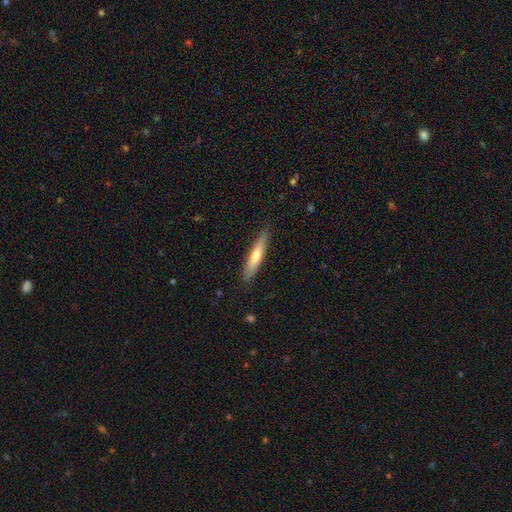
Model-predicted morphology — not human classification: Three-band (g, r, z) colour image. It shows a smooth galaxy with no disk features (60%) that is cigar-shaped (87%). Merging: none (86%).